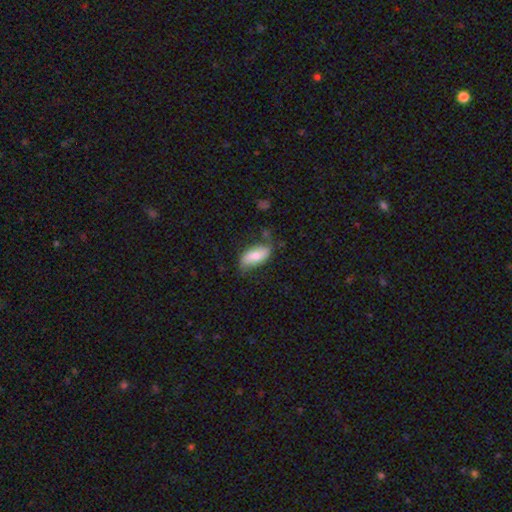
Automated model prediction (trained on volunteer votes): Smooth or featured? smooth (66%)
How rounded? in between (85%)
Merging? none (59%)